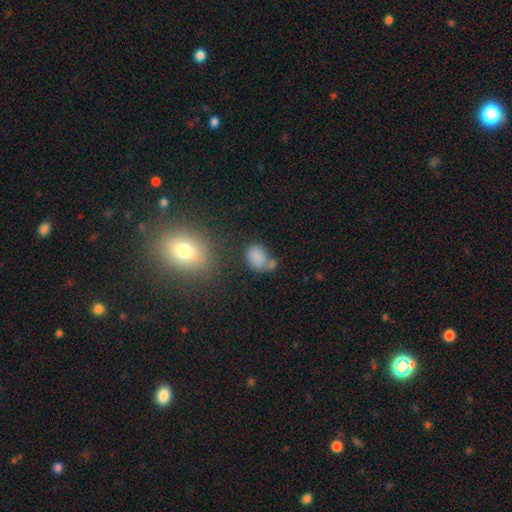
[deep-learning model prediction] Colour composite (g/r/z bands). It shows a smooth galaxy with no disk features (79%) that is in between round and cigar-shaped (68%). Merging: none (43%).